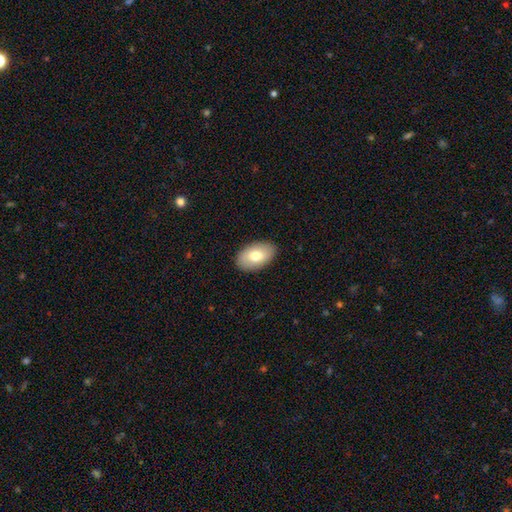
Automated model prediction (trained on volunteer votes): Q: Smooth or featured?
A: smooth (74%); runner-up: featured or disk (19%)
Q: How rounded?
A: in between (93%); runner-up: round (6%)
Q: Merging?
A: none (89%); runner-up: minor disturbance (8%)